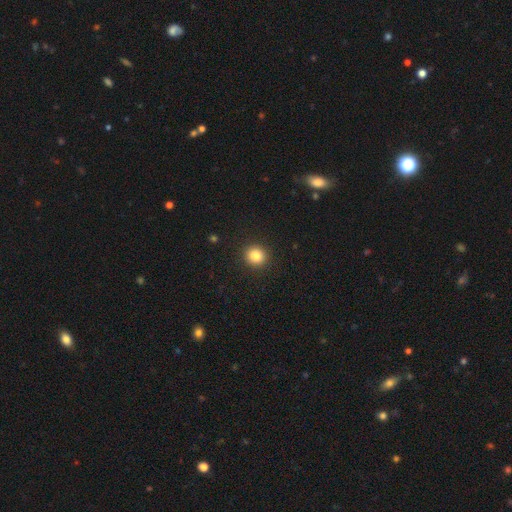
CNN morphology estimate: A smooth galaxy with no disk features (83%) that is round (90%).

Vote fractions:
- Smooth or featured? smooth: 83% / star or artifact: 11% / featured or disk: 6%
- How rounded? round: 90% / in between: 9% / cigar-shaped: 1%
- Merging? none: 92% / minor disturbance: 5% / major disturbance: 2% / merger: 1%